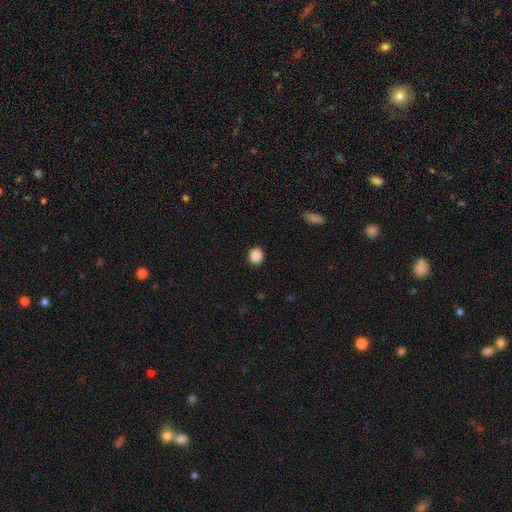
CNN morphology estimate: This appears to be a smooth galaxy with no disk features (88%) that is round (88%). Merging: none (91%).